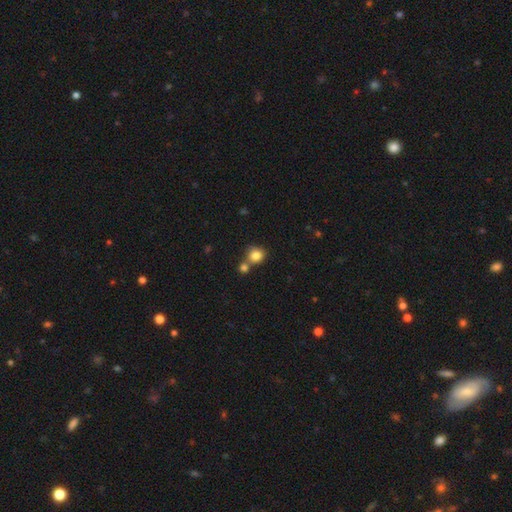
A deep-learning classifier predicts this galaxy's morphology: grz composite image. It shows a smooth galaxy with no disk features (83%) that is round (84%). Merging: none (56%).